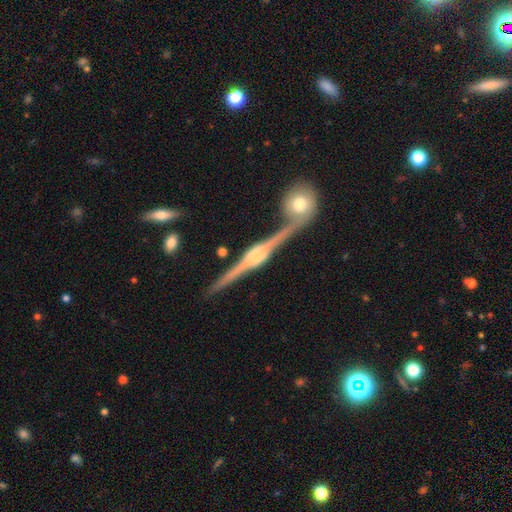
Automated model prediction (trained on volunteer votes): Q: Smooth or featured?
A: featured or disk (89%); runner-up: smooth (6%)
Q: Edge-on disk?
A: yes (98%); runner-up: no (2%)
Q: Edge-on bulge?
A: rounded (70%); runner-up: boxy (25%)
Q: Merging?
A: none (75%); runner-up: merger (11%)